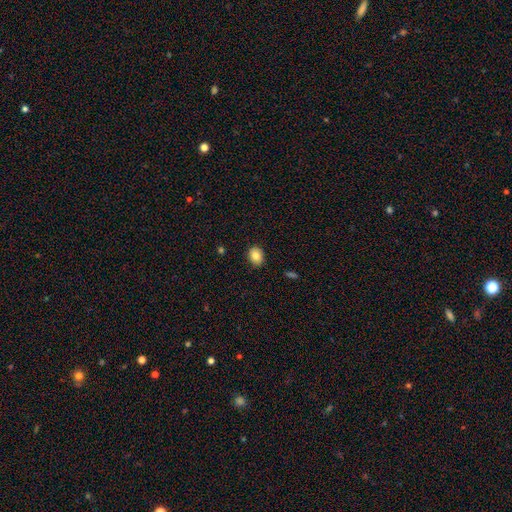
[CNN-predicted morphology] Smooth or featured? smooth (84%)
How rounded? in between (53%)
Merging? none (90%)